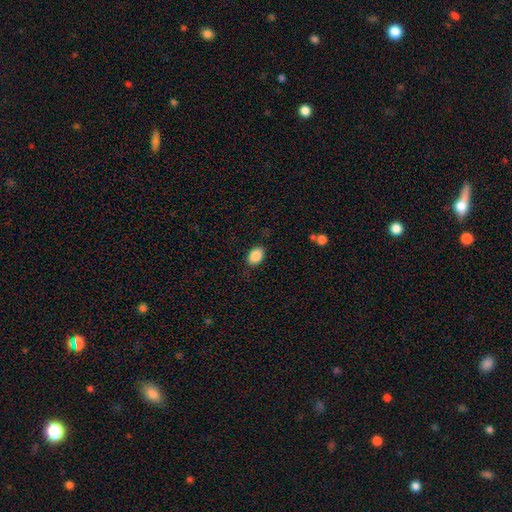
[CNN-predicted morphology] Smooth or featured? Predicted: smooth (p=0.88). How rounded? Predicted: in between (p=0.83). Merging? Predicted: none (p=0.82).